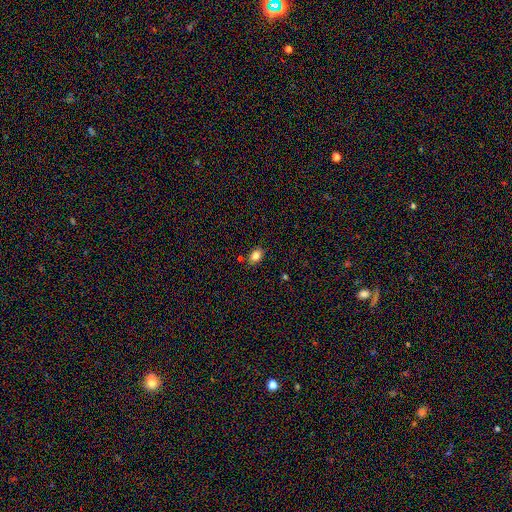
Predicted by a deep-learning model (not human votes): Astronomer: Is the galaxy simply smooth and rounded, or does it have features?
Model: smooth — 83%.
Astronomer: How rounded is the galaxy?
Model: in between — 80%.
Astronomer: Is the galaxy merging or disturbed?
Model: none — 78%.